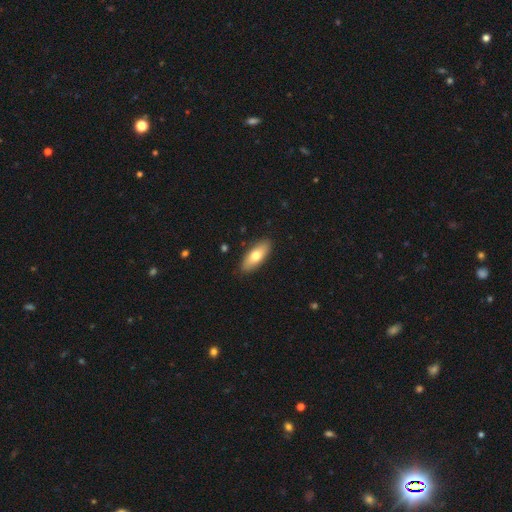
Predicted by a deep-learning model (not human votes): Q: Smooth or featured?
A: smooth (70%); runner-up: featured or disk (24%)
Q: How rounded?
A: in between (76%); runner-up: cigar-shaped (21%)
Q: Merging?
A: none (88%); runner-up: minor disturbance (9%)